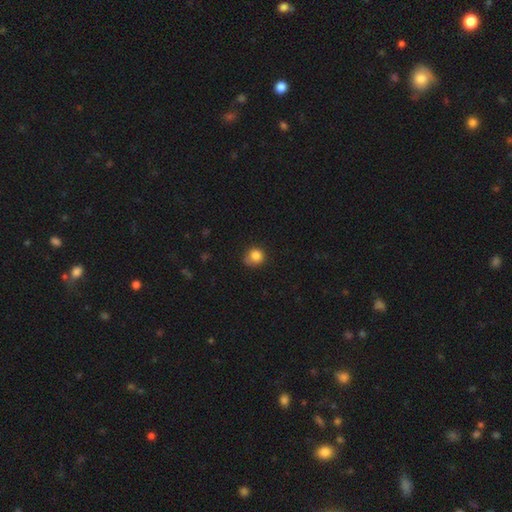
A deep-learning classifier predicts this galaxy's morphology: This appears to be a smooth galaxy with no disk features (83%) that is round (80%). Merging: none (61%).